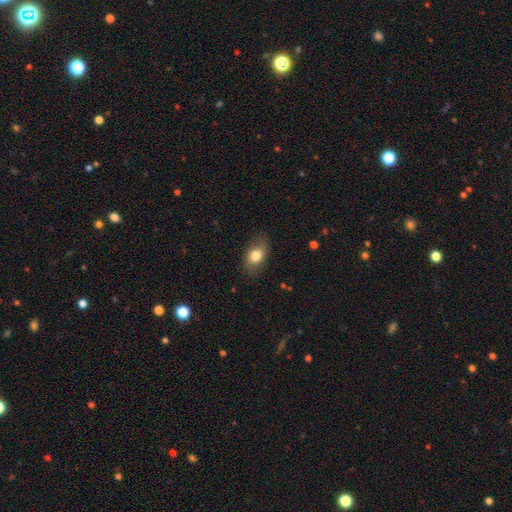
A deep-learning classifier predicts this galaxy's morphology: smooth 76%, featured or disk 17%, star or artifact 8%. Down the decision tree: how rounded — in between (84%); merging — none (76%).